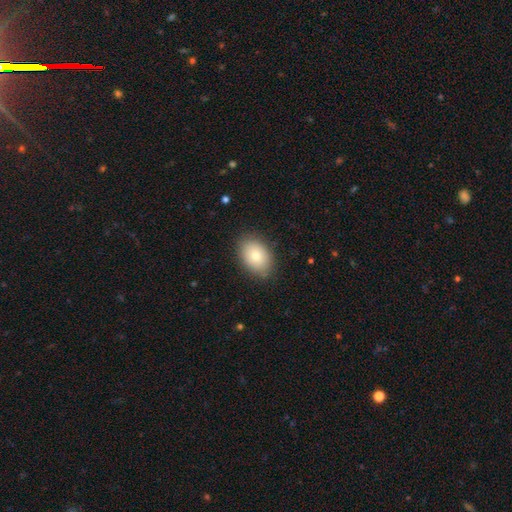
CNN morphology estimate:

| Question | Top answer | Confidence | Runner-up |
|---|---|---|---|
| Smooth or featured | smooth | 79% | featured or disk (13%) |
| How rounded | in between | 78% | round (21%) |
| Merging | none | 85% | minor disturbance (11%) |